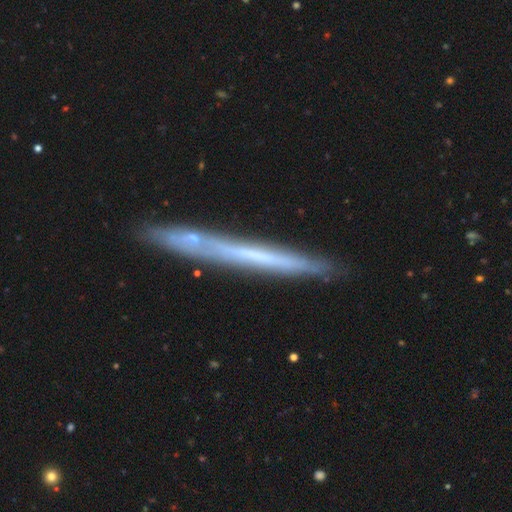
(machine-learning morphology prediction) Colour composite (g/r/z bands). It shows a featured or disk galaxy (60%) viewed edge-on (93%) with no central bulge (91%). Merging: none (85%).